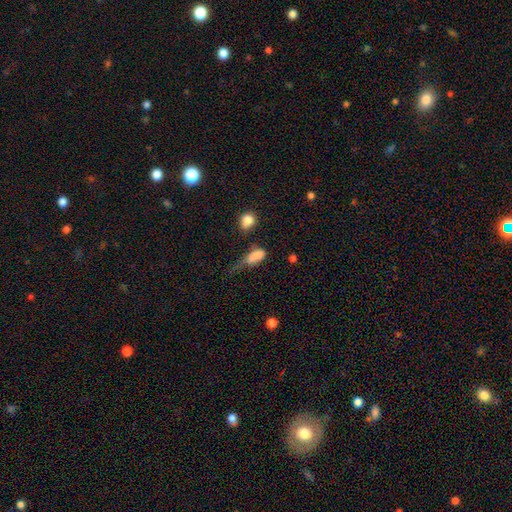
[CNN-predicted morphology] Q: Smooth or featured?
A: smooth (76%); runner-up: featured or disk (14%)
Q: How rounded?
A: in between (81%); runner-up: round (10%)
Q: Merging?
A: major disturbance (40%); runner-up: minor disturbance (29%)